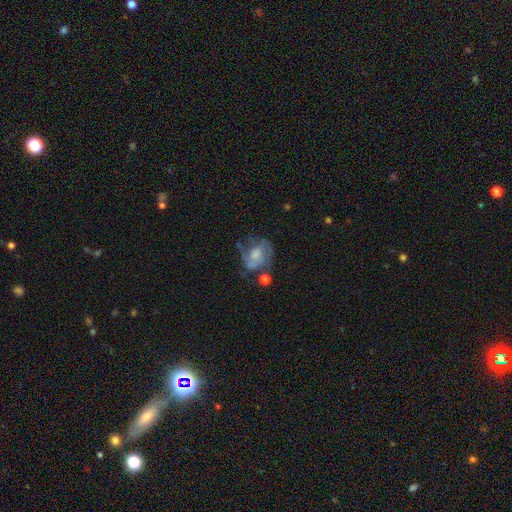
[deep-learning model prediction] Smooth or featured? featured or disk (62%)
Edge-on disk? no (97%)
Bar? no (65%)
Spiral arms? yes (73%)
Bulge size? moderate (39%)
Merging? none (40%)